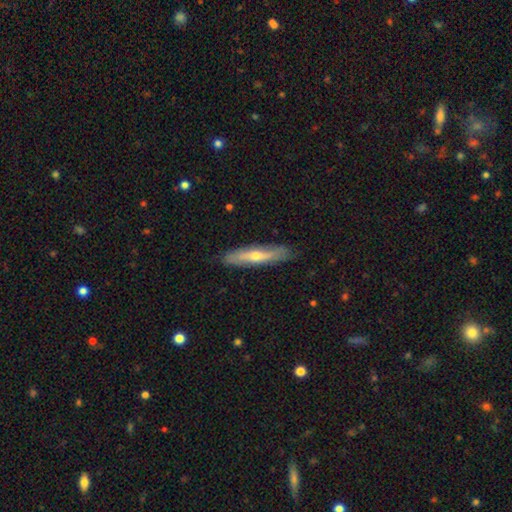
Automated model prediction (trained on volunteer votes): This appears to be a featured or disk galaxy (53%) viewed edge-on (75%). Merging: none (86%).